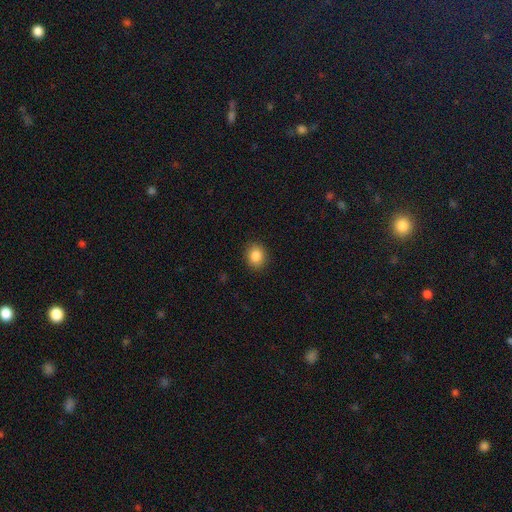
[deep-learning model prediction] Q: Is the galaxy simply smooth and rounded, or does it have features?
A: smooth — 86%.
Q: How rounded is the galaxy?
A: round — 63%.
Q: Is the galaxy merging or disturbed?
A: none — 90%.